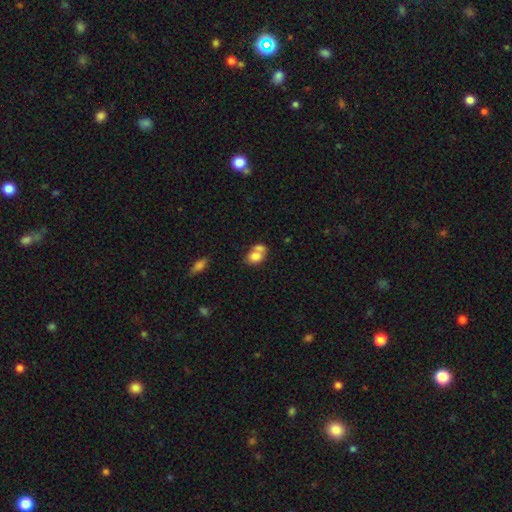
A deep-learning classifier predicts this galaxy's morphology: smooth 75%, featured or disk 16%, star or artifact 9%. Down the decision tree: how rounded — in between (70%); merging — merger (54%).